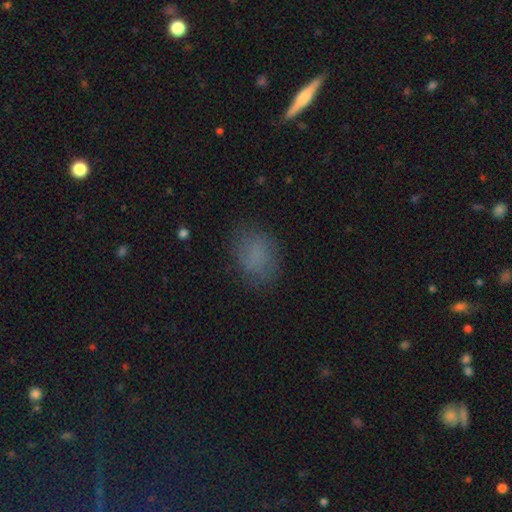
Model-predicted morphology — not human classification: The model was most divided on "how rounded": in between: 69%, round: 29%, cigar-shaped: 1%. More confident: smooth or featured — smooth (77%); merging — none (75%).